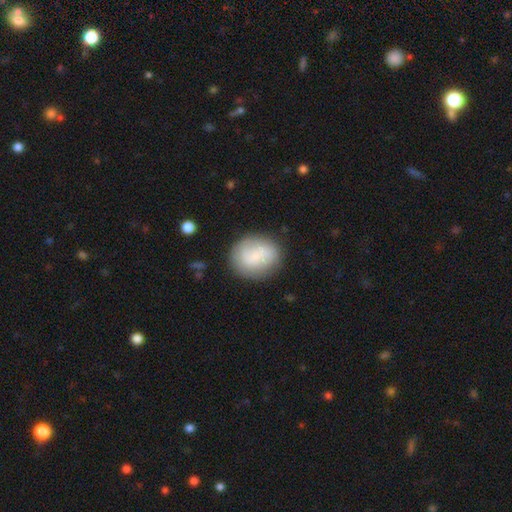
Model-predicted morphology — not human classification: smooth 70%, featured or disk 23%, star or artifact 7%. Down the decision tree: how rounded — round (70%); merging — none (80%).